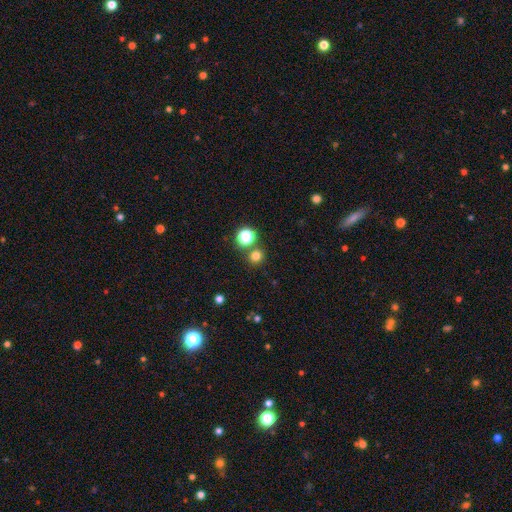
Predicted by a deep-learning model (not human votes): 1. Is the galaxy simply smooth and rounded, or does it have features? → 75% smooth, 20% star or artifact, 5% featured or disk.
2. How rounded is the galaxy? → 91% round, 8% in between, 1% cigar-shaped.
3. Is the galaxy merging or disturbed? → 78% none, 13% merger, 6% minor disturbance, 3% major disturbance.